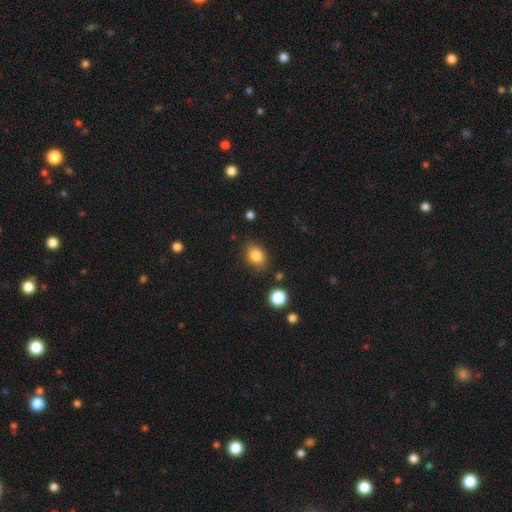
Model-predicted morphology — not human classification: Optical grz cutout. It shows a smooth galaxy with no disk features (83%) that is in between round and cigar-shaped (65%). Merging: none (81%).